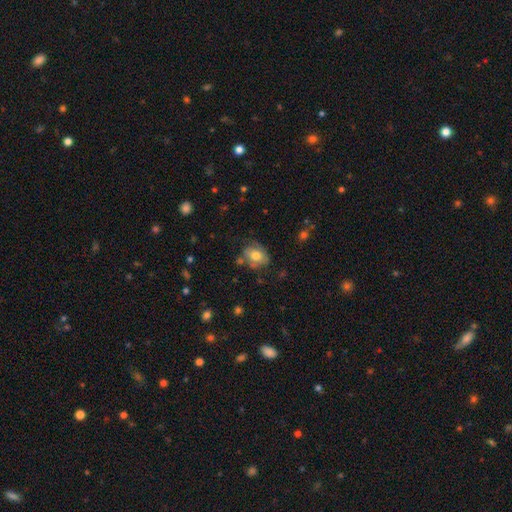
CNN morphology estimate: The model was most divided on "how rounded": round: 51%, in between: 48%, cigar-shaped: 1%. More confident: smooth or featured — smooth (67%); merging — none (62%).